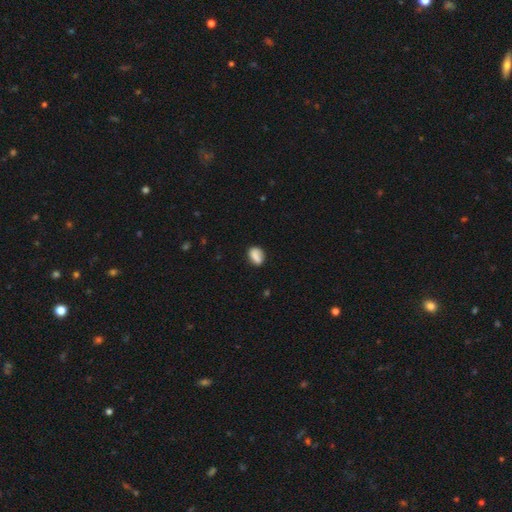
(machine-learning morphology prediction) smooth 82%, featured or disk 10%, star or artifact 8%. Down the decision tree: how rounded — in between (71%); merging — none (75%).